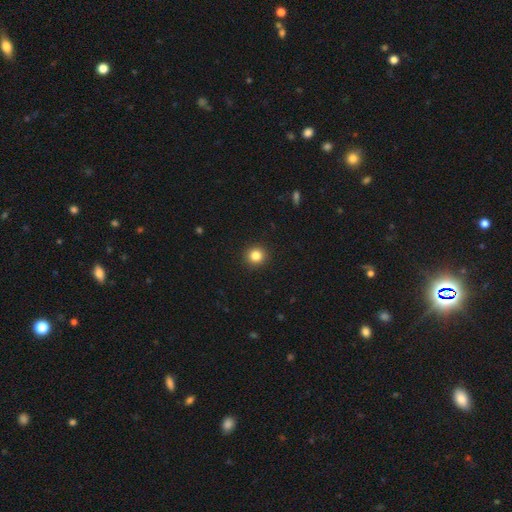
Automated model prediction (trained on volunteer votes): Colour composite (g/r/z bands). It shows a smooth galaxy with no disk features (84%) that is round (93%). Merging: none (93%).